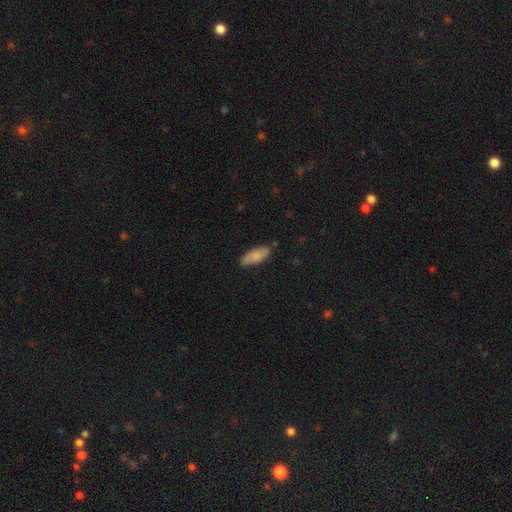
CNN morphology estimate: Smooth or featured: smooth — 72% (featured or disk — 22%)
How rounded: in between — 75% (cigar-shaped — 22%)
Merging: none — 78% (minor disturbance — 18%)